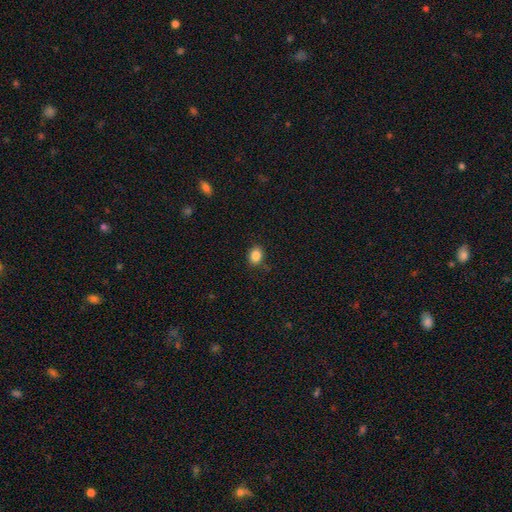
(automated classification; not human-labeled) This is clearly a smooth galaxy (86%). How rounded: possibly in between (59%). Merging: clearly none (84%).